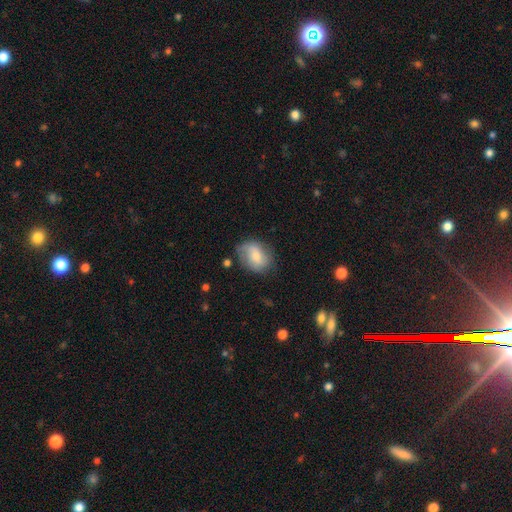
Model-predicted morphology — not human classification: type=smooth (60%); roundness=in between (60%); merging=none (60%).